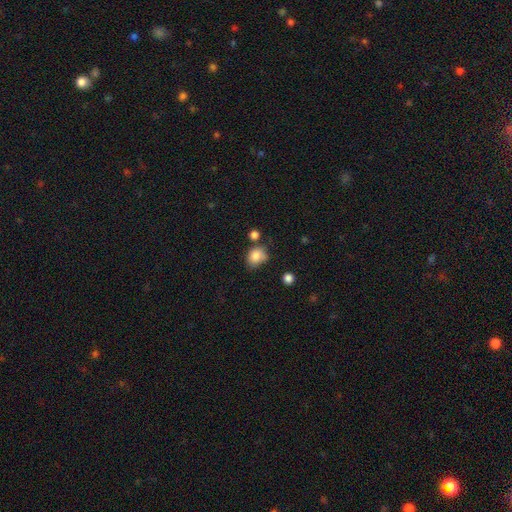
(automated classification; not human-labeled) This appears to be a smooth galaxy with no disk features (82%) that is round (51%). Merging: none (52%).